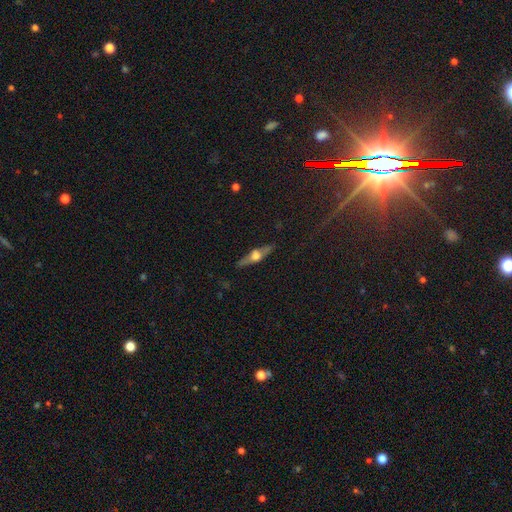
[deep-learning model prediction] The model was most divided on "smooth or featured": featured or disk: 66%, smooth: 27%, star or artifact: 7%. More confident: edge-on bulge — rounded (94%); edge-on disk — yes (93%); merging — none (87%).